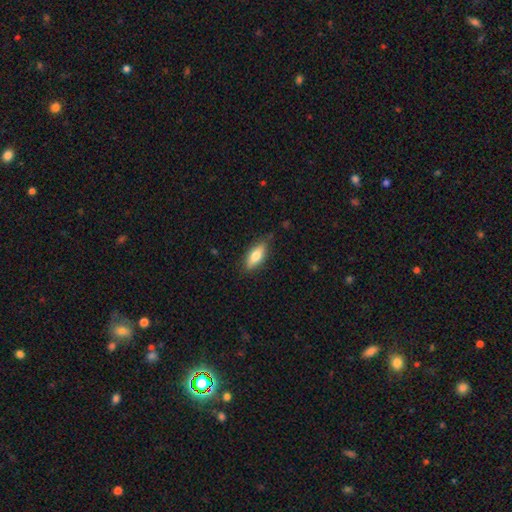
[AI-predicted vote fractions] Morphology: type=smooth (72%); roundness=in between (70%); merging=none (80%).